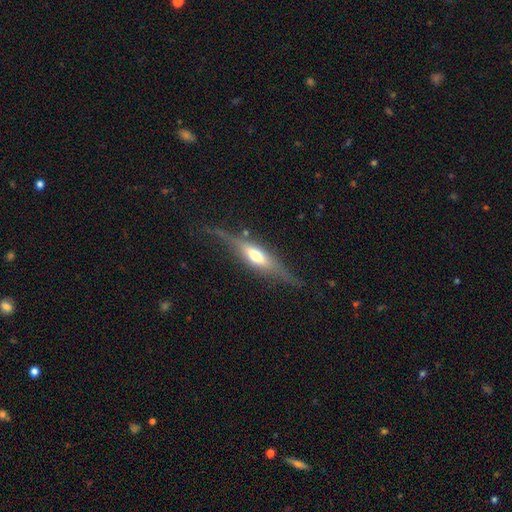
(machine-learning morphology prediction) A featured or disk galaxy (67%) viewed edge-on (92%) with a rounded central bulge (82%). Merging: none (75%).